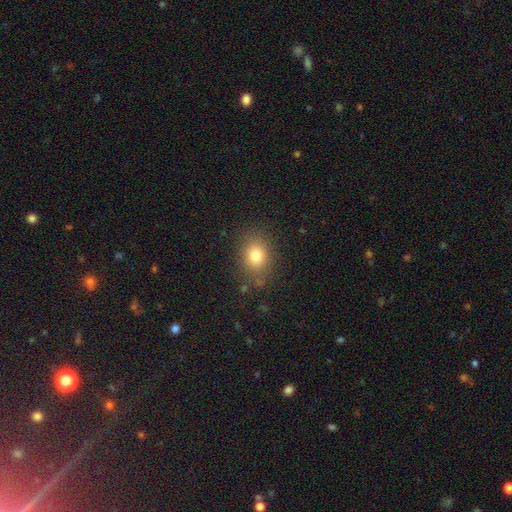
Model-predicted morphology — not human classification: A smooth galaxy with no disk features (78%) that is in between round and cigar-shaped (54%). Merging: none (82%).